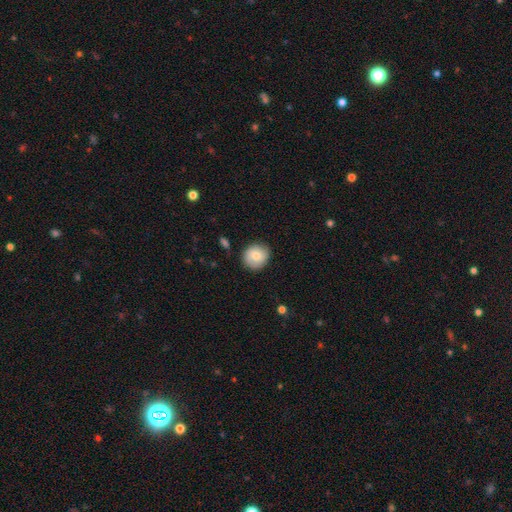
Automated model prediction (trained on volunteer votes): Morphology: type=smooth (77%); roundness=round (87%); merging=none (85%).